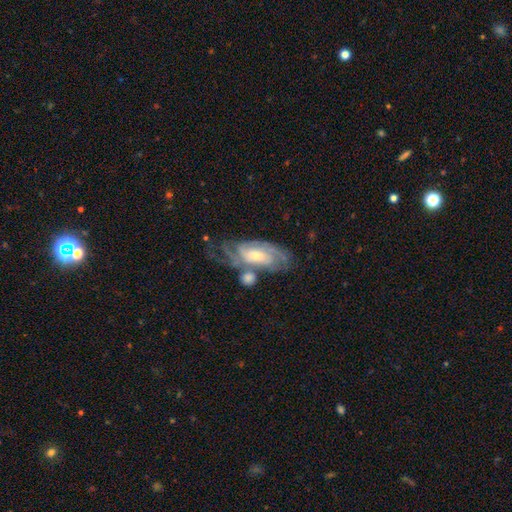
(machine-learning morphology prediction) A featured or disk galaxy (81%) with no bar (50%), 2 (36%) tight (59%) spiral arms (94%) and a moderate central bulge (47%).

Vote fractions:
- Smooth or featured? featured or disk: 81% / smooth: 13% / star or artifact: 6%
- Edge-on disk? no: 93% / yes: 7%
- Bar? no: 50% / weak: 37% / strong: 13%
- Spiral arms? yes: 94% / no: 6%
- Spiral winding? tight: 59% / medium: 33% / loose: 8%
- Spiral arm count? 2: 36% / can't tell: 31% / 3: 19% / 4: 7% / 1: 4% / more than 4: 3%
- Bulge size? moderate: 47% / small: 46% / large: 4% / none: 2% / dominant: 1%
- Merging? none: 50% / merger: 19% / minor disturbance: 19% / major disturbance: 12%